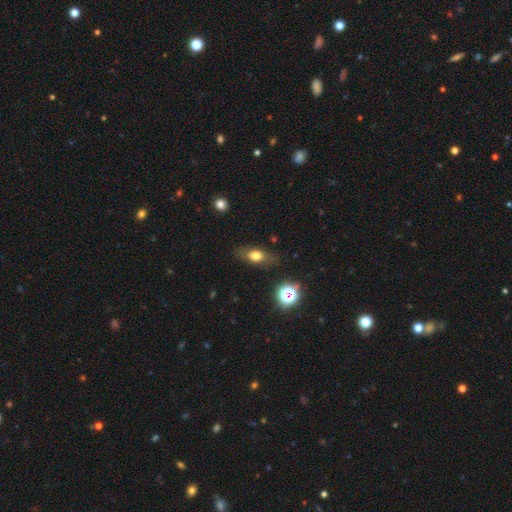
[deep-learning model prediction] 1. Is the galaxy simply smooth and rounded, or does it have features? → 67% smooth, 21% featured or disk, 11% star or artifact.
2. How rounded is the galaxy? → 73% in between, 15% cigar-shaped, 12% round.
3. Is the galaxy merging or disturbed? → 79% none, 15% minor disturbance, 5% major disturbance, 2% merger.